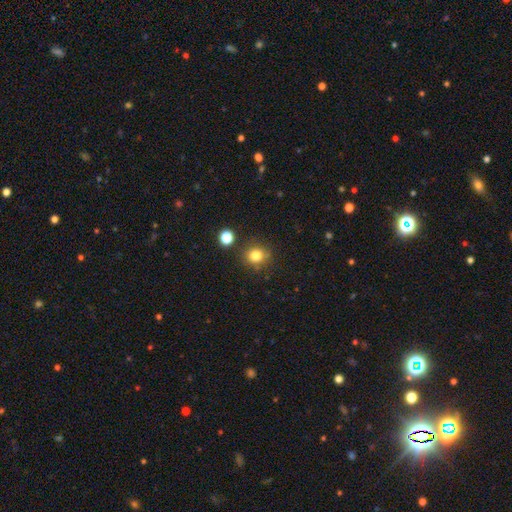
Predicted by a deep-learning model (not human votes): smooth-or-featured: smooth: 81% | star or artifact: 13% | featured or disk: 6%
  how-rounded: round: 84% | in between: 15% | cigar-shaped: 1%
  merging: none: 83% | minor disturbance: 10% | merger: 5% | major disturbance: 3%